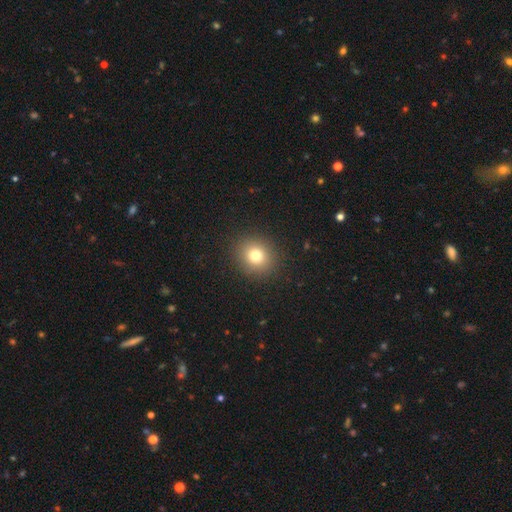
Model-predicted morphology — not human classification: A smooth galaxy with no disk features (78%) that is round (82%). Merging: none (91%).